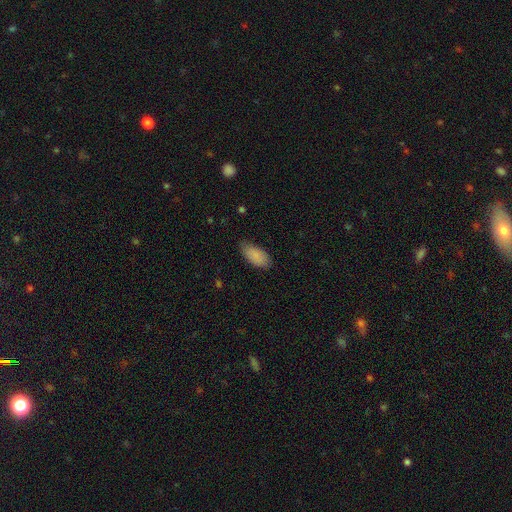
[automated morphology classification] Smooth or featured?
  - smooth: 87% *
  - star or artifact: 6%
  - featured or disk: 6%
How rounded?
  - in between: 92% *
  - cigar-shaped: 6%
  - round: 2%
Merging?
  - none: 76% *
  - minor disturbance: 20%
  - major disturbance: 3%
  - merger: 1%